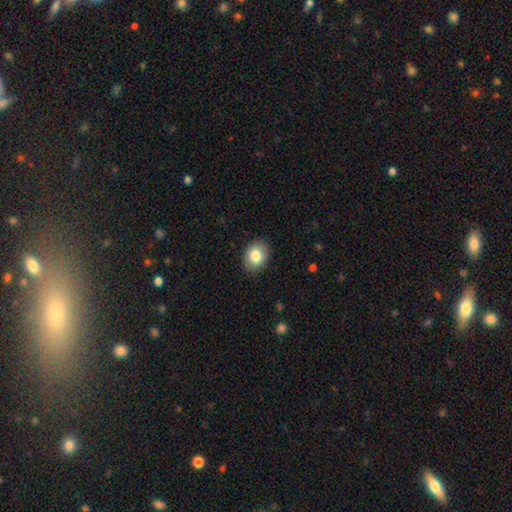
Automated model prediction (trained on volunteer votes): smooth 83%, featured or disk 9%, star or artifact 8%. Down the decision tree: how rounded — in between (60%); merging — none (87%).